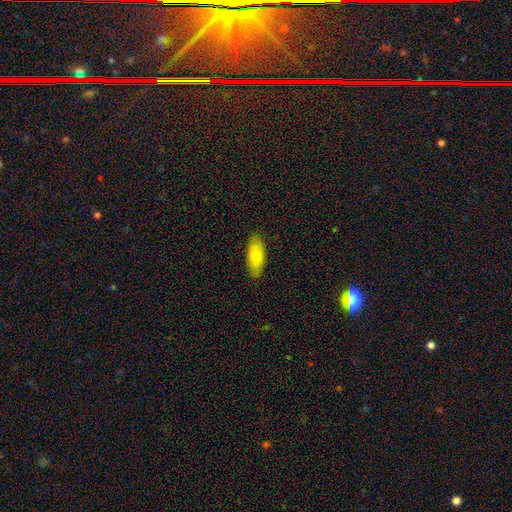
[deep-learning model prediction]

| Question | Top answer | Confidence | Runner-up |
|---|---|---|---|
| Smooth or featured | smooth | 77% | featured or disk (17%) |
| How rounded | in between | 80% | cigar-shaped (18%) |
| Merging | none | 86% | minor disturbance (11%) |